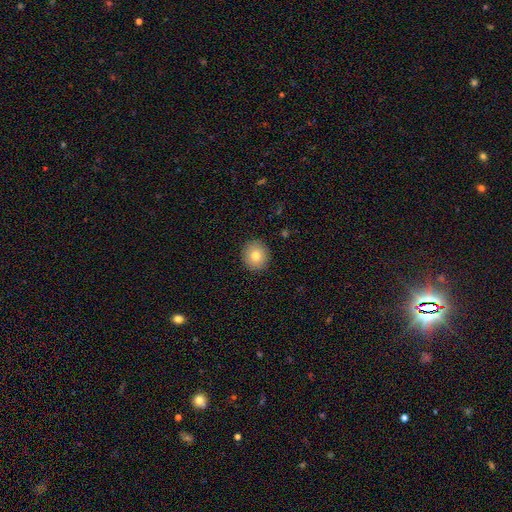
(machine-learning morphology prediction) This is likely a smooth galaxy (79%). How rounded: clearly round (87%). Merging: clearly none (91%).